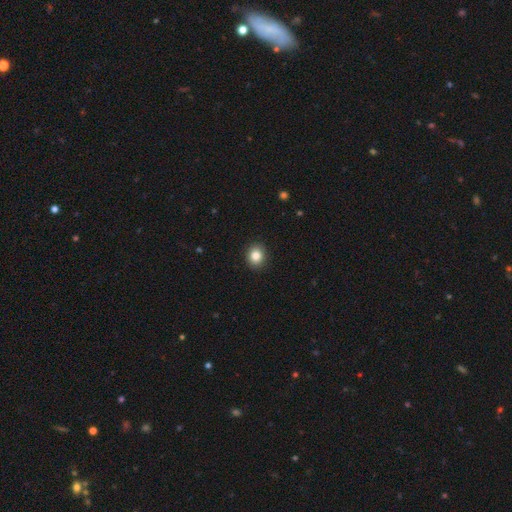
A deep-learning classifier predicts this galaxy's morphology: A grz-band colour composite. It shows a smooth galaxy with no disk features (85%) that is round (69%). Merging: none (90%).